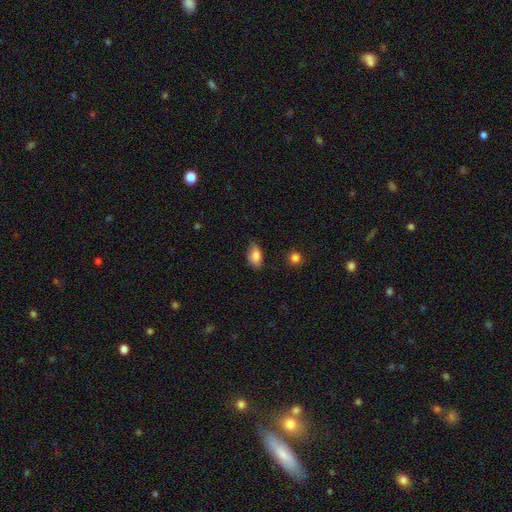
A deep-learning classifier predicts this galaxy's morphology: A smooth galaxy with no disk features (84%) that is in between round and cigar-shaped (90%). Merging: none (76%).